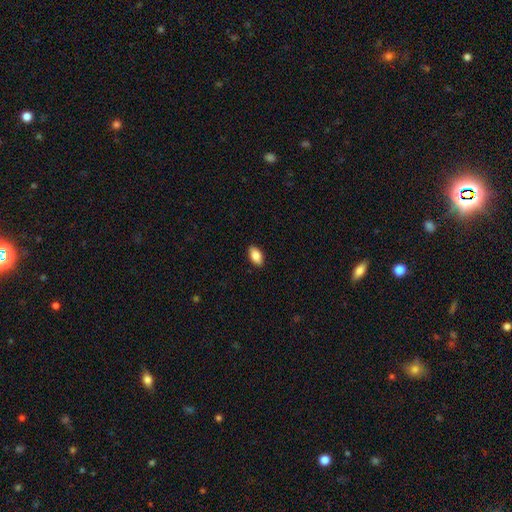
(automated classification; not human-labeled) Smooth or featured? Predicted: smooth (p=0.86). How rounded? Predicted: in between (p=0.93). Merging? Predicted: none (p=0.90).